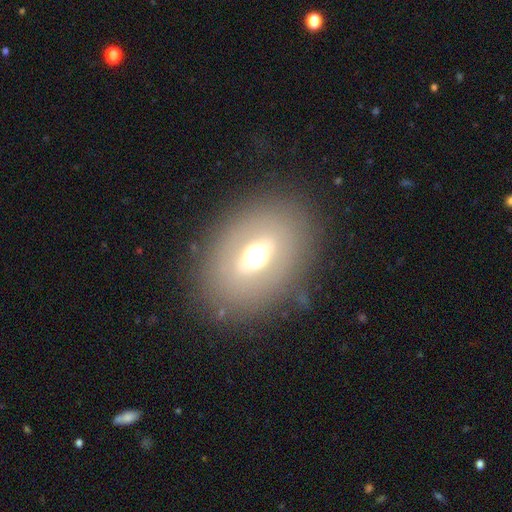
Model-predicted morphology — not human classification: Smooth or featured?
  - smooth: 54% *
  - featured or disk: 29%
  - star or artifact: 17%
How rounded?
  - in between: 67% *
  - round: 31%
  - cigar-shaped: 2%
Merging?
  - none: 80% *
  - minor disturbance: 10%
  - major disturbance: 7%
  - merger: 2%